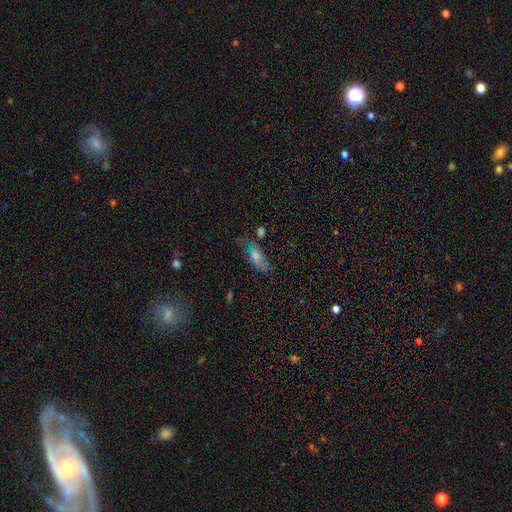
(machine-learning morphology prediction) type=smooth (65%); roundness=in between (76%); merging=none (43%).